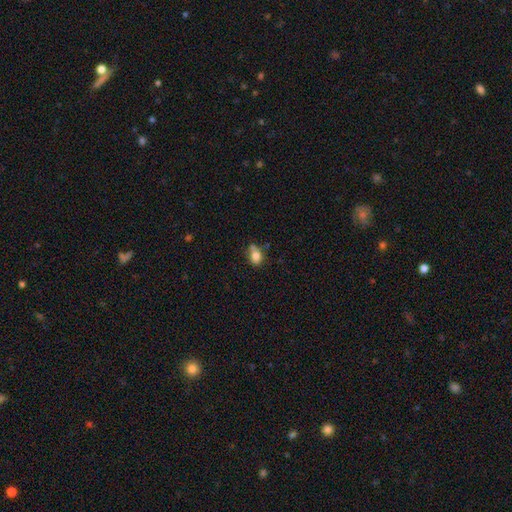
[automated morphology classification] This appears to be a smooth galaxy with no disk features (81%) that is in between round and cigar-shaped (69%). Merging: none (58%).